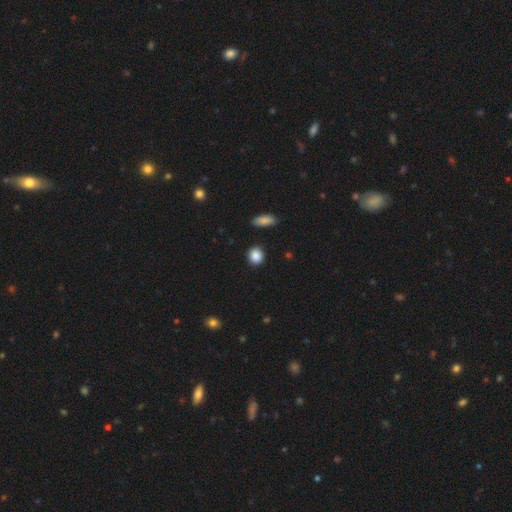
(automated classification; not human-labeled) A smooth galaxy with no disk features (88%) that is round (77%). Merging: none (89%).